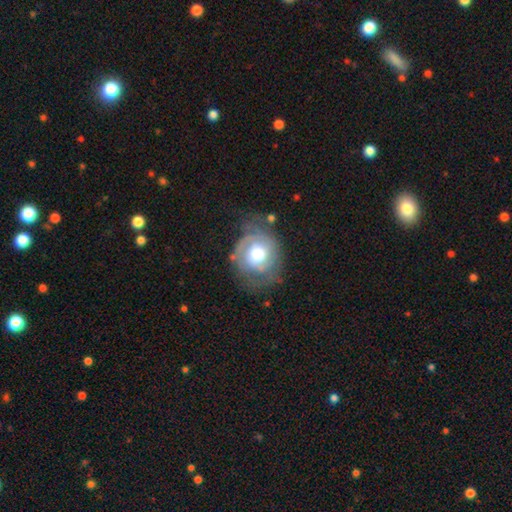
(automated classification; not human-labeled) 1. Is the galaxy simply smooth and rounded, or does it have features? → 61% featured or disk, 32% smooth, 7% star or artifact.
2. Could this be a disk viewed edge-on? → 97% no, 3% yes.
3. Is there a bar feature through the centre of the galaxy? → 77% no, 19% weak, 4% strong.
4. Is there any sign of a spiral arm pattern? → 74% yes, 26% no.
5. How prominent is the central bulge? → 50% moderate, 39% large, 6% small, 4% dominant, 1% none.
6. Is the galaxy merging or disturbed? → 55% none, 25% minor disturbance, 17% major disturbance, 3% merger.